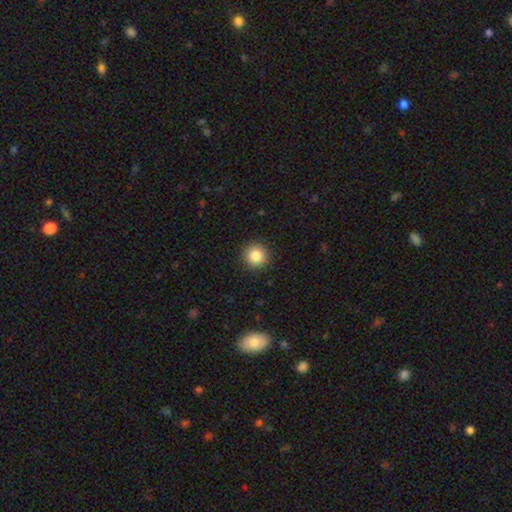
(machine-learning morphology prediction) smooth 85%, star or artifact 10%, featured or disk 5%. Down the decision tree: how rounded — round (95%); merging — none (92%).